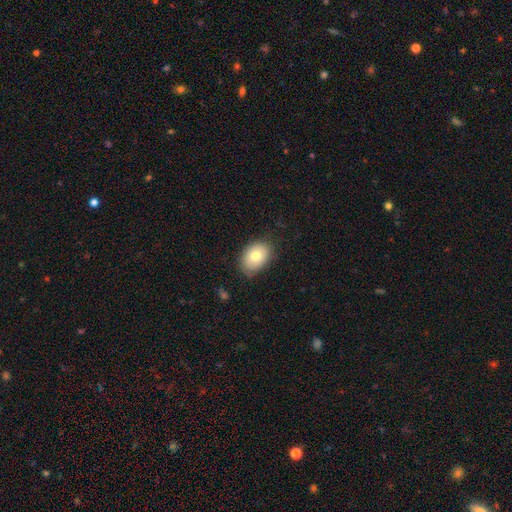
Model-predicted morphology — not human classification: The model was most divided on "how rounded": in between: 76%, round: 23%, cigar-shaped: 1%. More confident: merging — none (76%); smooth or featured — smooth (76%).